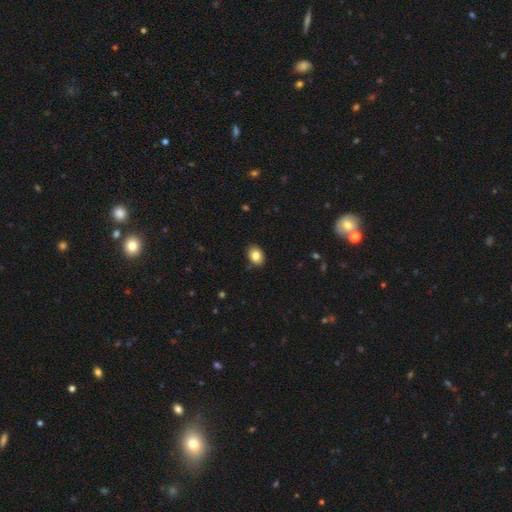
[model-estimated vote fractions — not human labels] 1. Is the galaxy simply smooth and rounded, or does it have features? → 84% smooth, 8% star or artifact, 8% featured or disk.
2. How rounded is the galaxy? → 67% in between, 32% round, 1% cigar-shaped.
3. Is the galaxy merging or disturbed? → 86% none, 11% minor disturbance, 2% major disturbance, 1% merger.